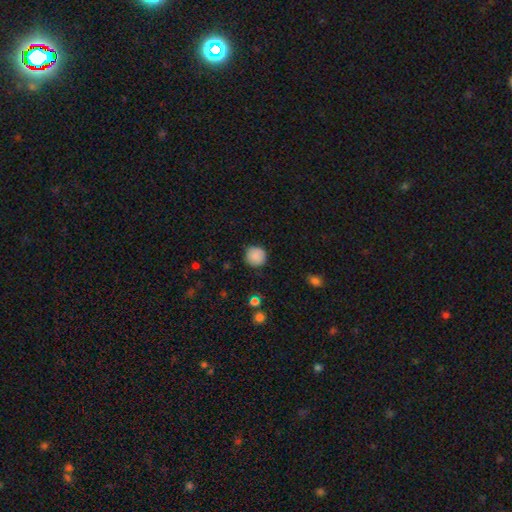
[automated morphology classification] Overall: smooth (85%). How rounded: round (93%). Merging: none (84%).